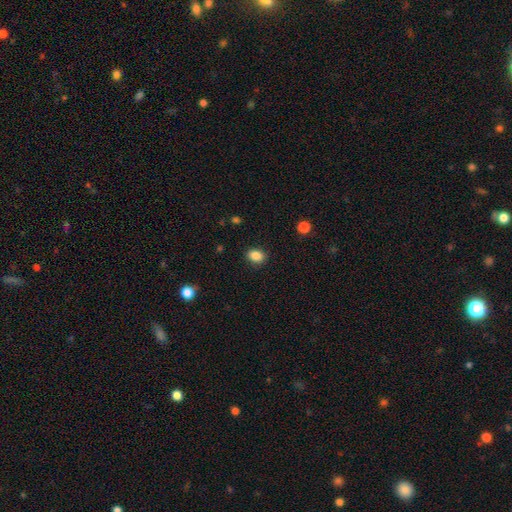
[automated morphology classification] Smooth or featured: smooth — 87% (star or artifact — 10%)
How rounded: in between — 64% (round — 35%)
Merging: none — 87% (minor disturbance — 9%)